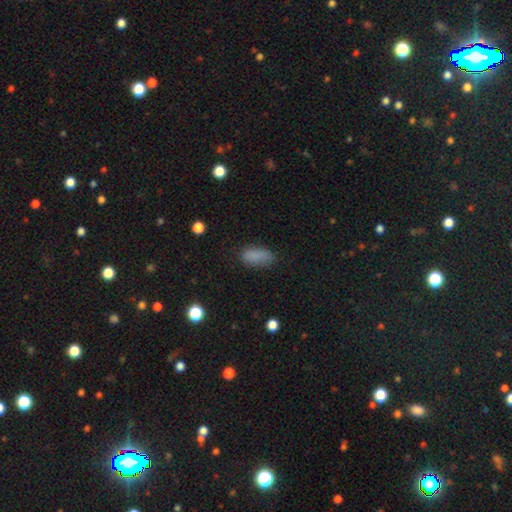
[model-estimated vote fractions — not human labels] Smooth or featured?
  - smooth: 85% *
  - star or artifact: 10%
  - featured or disk: 6%
How rounded?
  - in between: 84% *
  - cigar-shaped: 13%
  - round: 3%
Merging?
  - none: 74% *
  - minor disturbance: 19%
  - major disturbance: 5%
  - merger: 2%